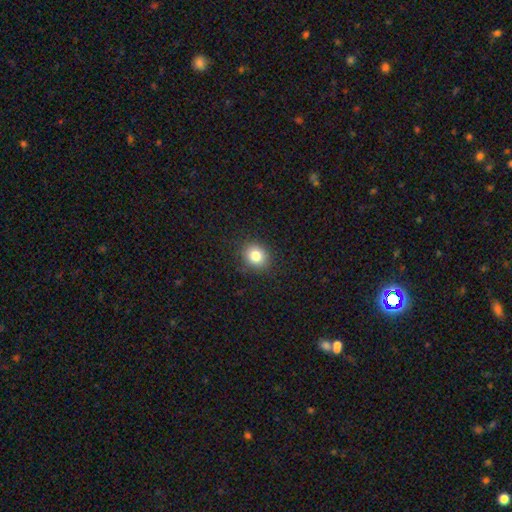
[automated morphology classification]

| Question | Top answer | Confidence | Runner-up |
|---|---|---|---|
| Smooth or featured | smooth | 83% | star or artifact (11%) |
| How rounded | round | 73% | in between (26%) |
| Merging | none | 88% | minor disturbance (8%) |